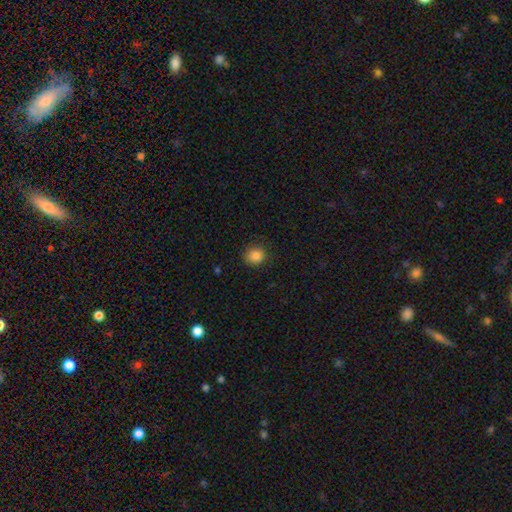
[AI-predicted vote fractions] smooth 85%, star or artifact 11%, featured or disk 4%. Down the decision tree: how rounded — round (86%); merging — none (86%).